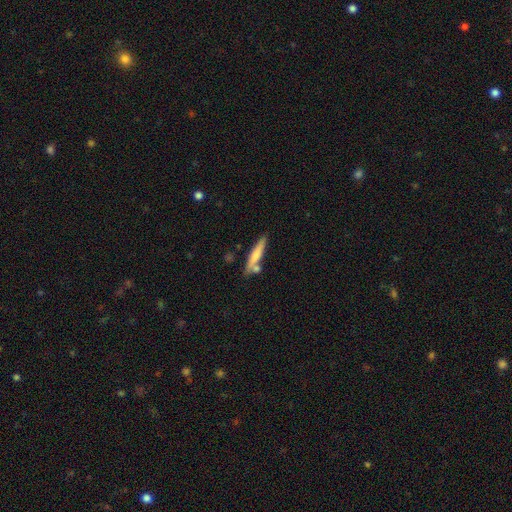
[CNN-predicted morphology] Smooth or featured? Predicted: smooth (p=0.63). How rounded? Predicted: cigar-shaped (p=0.89). Merging? Predicted: none (p=0.66).